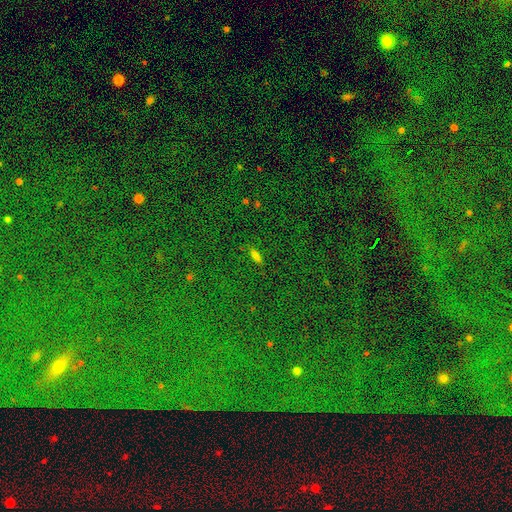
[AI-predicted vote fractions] Q: Smooth or featured?
A: smooth (67%); runner-up: star or artifact (23%)
Q: How rounded?
A: in between (58%); runner-up: cigar-shaped (36%)
Q: Merging?
A: none (85%); runner-up: minor disturbance (10%)